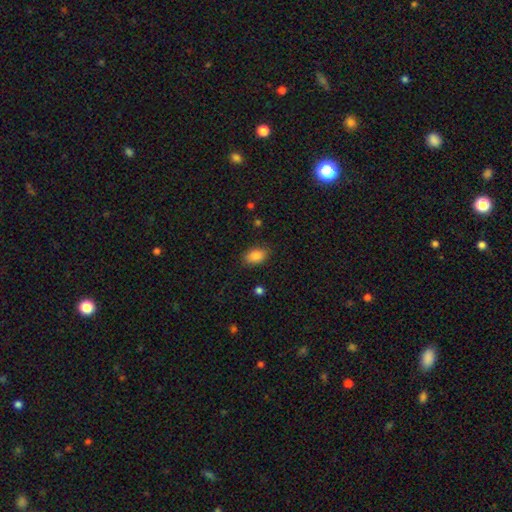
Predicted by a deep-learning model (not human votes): smooth_or_featured: smooth (p=0.87) [alt: star or artifact p=0.08]
how_rounded: in between (p=0.88) [alt: round p=0.11]
merging: none (p=0.84) [alt: minor disturbance p=0.11]